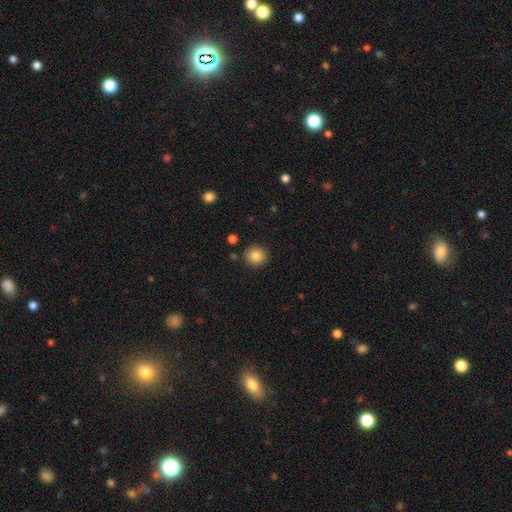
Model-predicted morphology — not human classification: smooth-or-featured: smooth: 84% | star or artifact: 9% | featured or disk: 7%
  how-rounded: round: 88% | in between: 11% | cigar-shaped: 1%
  merging: none: 89% | minor disturbance: 7% | merger: 2% | major disturbance: 2%